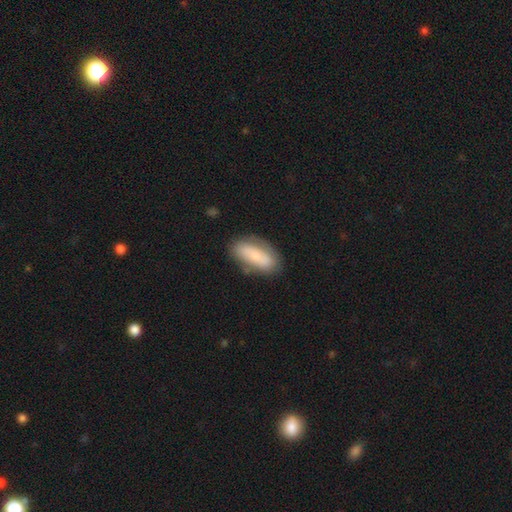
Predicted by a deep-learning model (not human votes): Smooth or featured? smooth (65%)
How rounded? in between (82%)
Merging? none (71%)